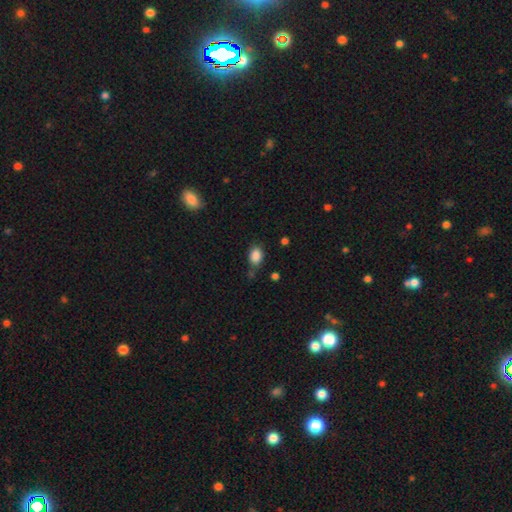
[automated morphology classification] smooth 86%, star or artifact 9%, featured or disk 5%. Down the decision tree: how rounded — in between (74%); merging — none (68%).